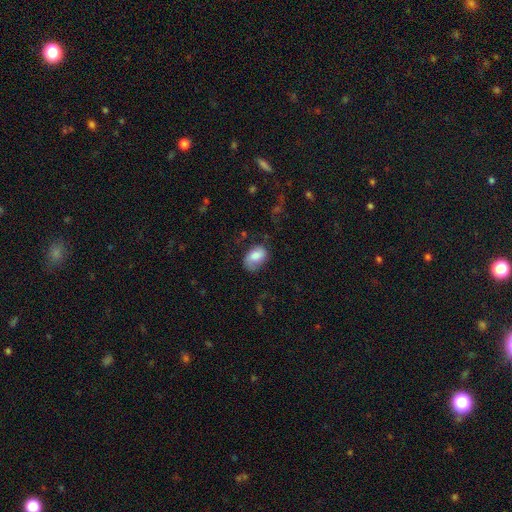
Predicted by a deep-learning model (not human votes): A smooth galaxy with no disk features (77%) that is in between round and cigar-shaped (86%).

Vote fractions:
- Smooth or featured? smooth: 77% / featured or disk: 15% / star or artifact: 7%
- How rounded? in between: 86% / round: 13% / cigar-shaped: 1%
- Merging? none: 56% / minor disturbance: 29% / major disturbance: 13% / merger: 2%